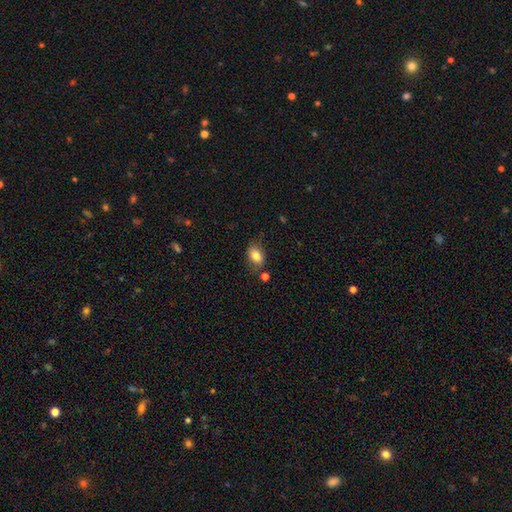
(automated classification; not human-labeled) Smooth or featured? smooth (79%)
How rounded? in between (82%)
Merging? none (70%)